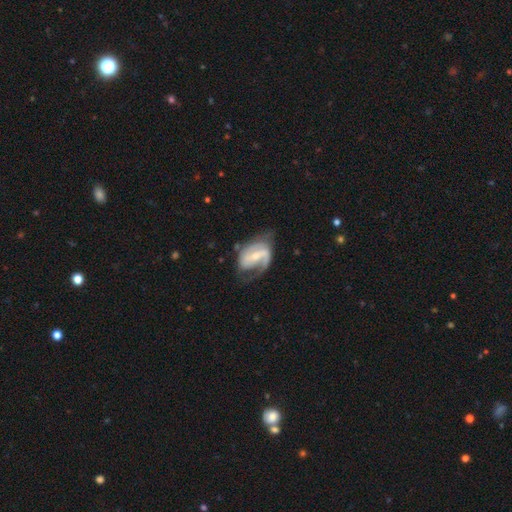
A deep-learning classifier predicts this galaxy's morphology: smooth-or-featured: featured or disk: 84% | smooth: 11% | star or artifact: 5%
  disk-edge-on: no: 97% | yes: 3%
    bar: weak: 42% | strong: 37% | no: 21%
    has-spiral-arms: yes: 94% | no: 6%
      spiral-winding: medium: 47% | loose: 30% | tight: 23%
      spiral-arm-count: 2: 64% | 1: 26% | can't tell: 6% | 3: 2% | 4: 1% | more than 4: 1%
    bulge-size: small: 55% | moderate: 38% | none: 4% | large: 2% | dominant: 1%
  merging: none: 49% | minor disturbance: 25% | major disturbance: 23% | merger: 3%